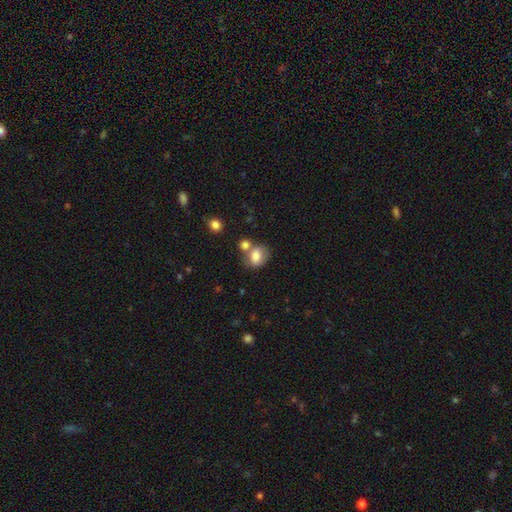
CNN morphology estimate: Q: Smooth or featured?
A: smooth (77%); runner-up: featured or disk (14%)
Q: How rounded?
A: in between (56%); runner-up: round (42%)
Q: Merging?
A: none (45%); runner-up: merger (33%)